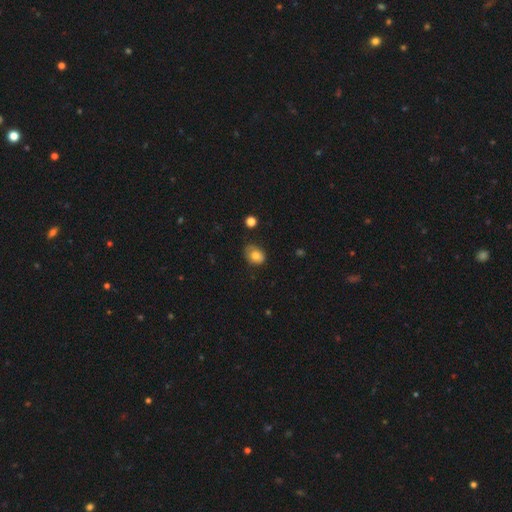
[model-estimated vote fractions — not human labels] Smooth or featured: smooth — 77% (featured or disk — 14%)
How rounded: in between — 58% (round — 41%)
Merging: none — 54% (minor disturbance — 34%)